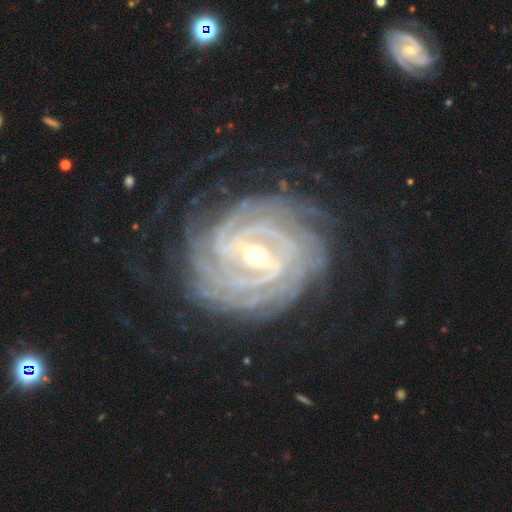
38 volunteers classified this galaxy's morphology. A featured or disk galaxy (92%) with a strong bar (69%), more than 4 (53%) tight (82%) spiral arms (97%) and a small central bulge (51%).

Vote fractions:
- Smooth or featured? featured or disk: 92% / star or artifact: 8% / smooth: 0%
- Edge-on disk? no: 100% / yes: 0%
- Bar? strong: 69% / weak: 29% / no: 3%
- Spiral arms? yes: 97% / no: 3%
- Spiral winding? tight: 82% / medium: 12% / loose: 6%
- Spiral arm count? more than 4: 53% / 4: 18% / can't tell: 18% / 2: 9% / 3: 3% / 1: 0%
- Bulge size? small: 51% / moderate: 40% / large: 6% / dominant: 3% / none: 0%
- Merging? none: 80% / minor disturbance: 9% / major disturbance: 9% / merger: 3%